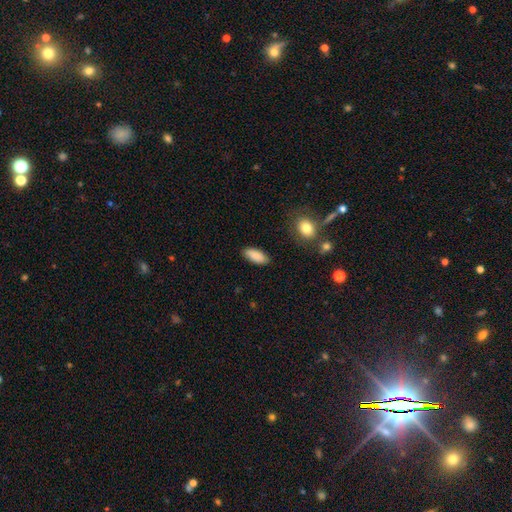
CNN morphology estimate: Smooth or featured? Predicted: smooth (p=0.88). How rounded? Predicted: in between (p=0.82). Merging? Predicted: none (p=0.86).